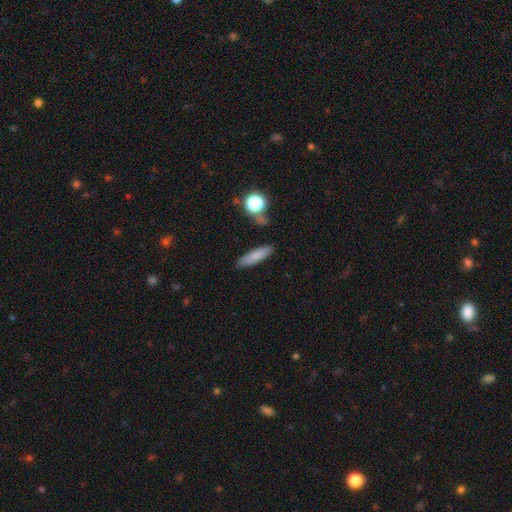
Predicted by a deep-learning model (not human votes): A smooth galaxy with no disk features (79%) that is cigar-shaped (70%). Merging: none (83%).